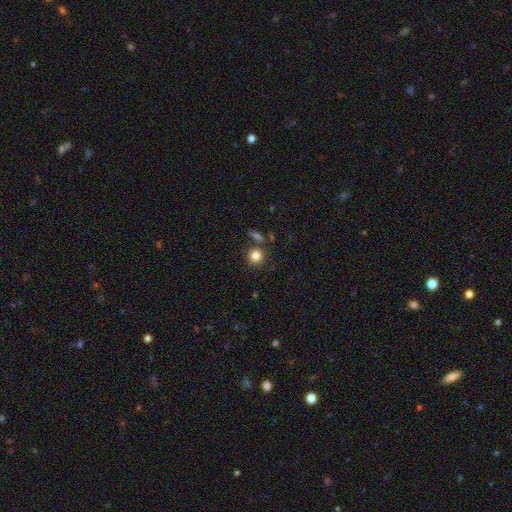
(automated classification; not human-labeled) smooth-or-featured: smooth: 83% | star or artifact: 10% | featured or disk: 7%
  how-rounded: round: 89% | in between: 10% | cigar-shaped: 1%
  merging: none: 76% | merger: 10% | minor disturbance: 10% | major disturbance: 4%